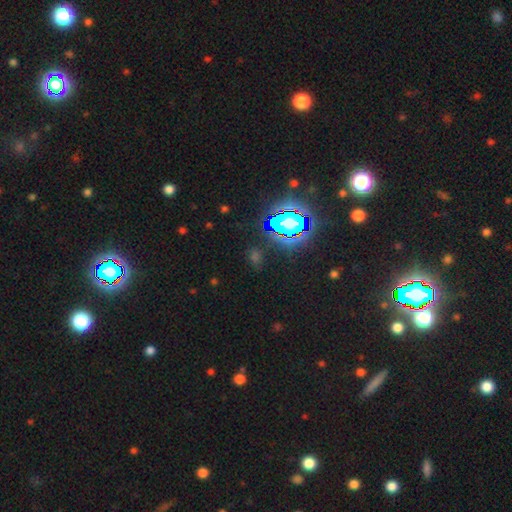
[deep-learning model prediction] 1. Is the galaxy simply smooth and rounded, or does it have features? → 67% star or artifact, 23% smooth, 10% featured or disk.